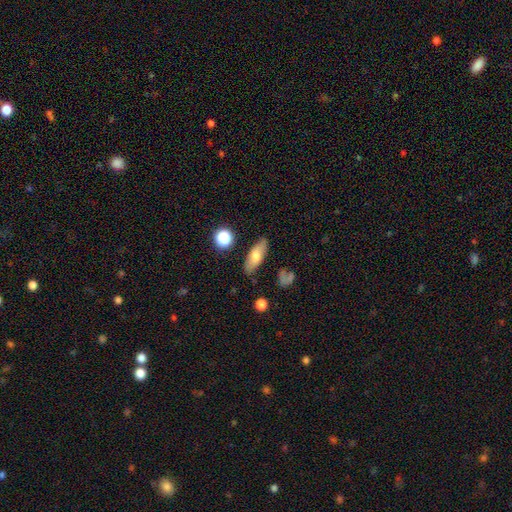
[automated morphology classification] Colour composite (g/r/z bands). It shows a smooth galaxy with no disk features (69%) that is in between round and cigar-shaped (68%). Merging: none (84%).